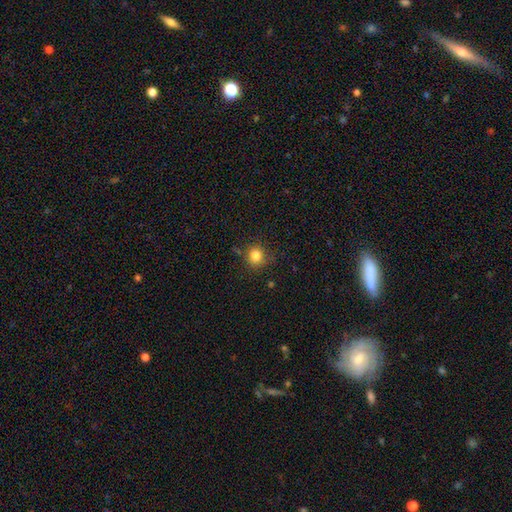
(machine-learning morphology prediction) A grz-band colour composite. It shows a smooth galaxy with no disk features (83%) that is round (88%). Merging: none (82%).